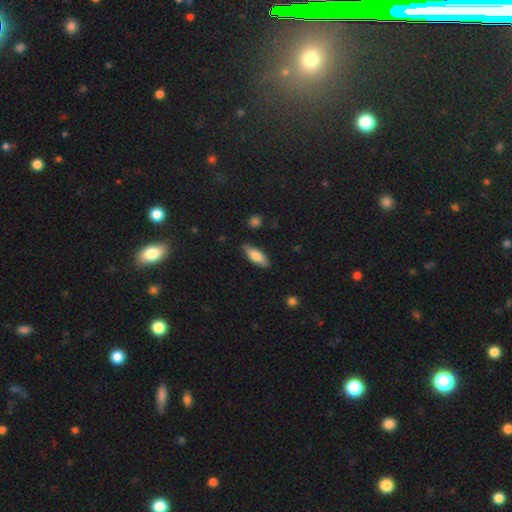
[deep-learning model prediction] Overall: smooth (72%). How rounded: in between (64%; cigar-shaped 34%). Merging: none (83%).